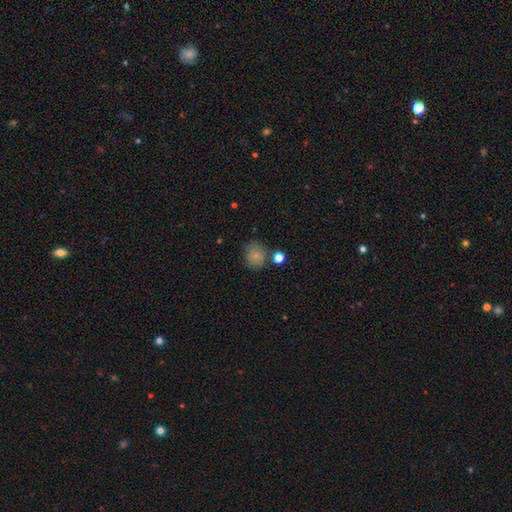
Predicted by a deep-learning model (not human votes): Morphology: type=smooth (79%); roundness=round (76%); merging=none (71%).